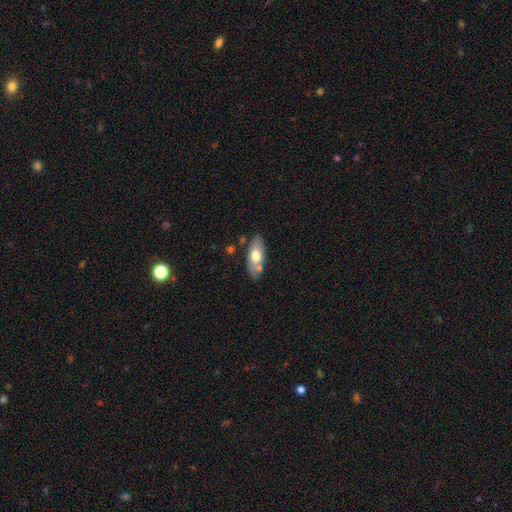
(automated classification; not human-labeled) Overall: smooth (63%; featured or disk 31%). How rounded: in between (82%). Merging: none (71%).